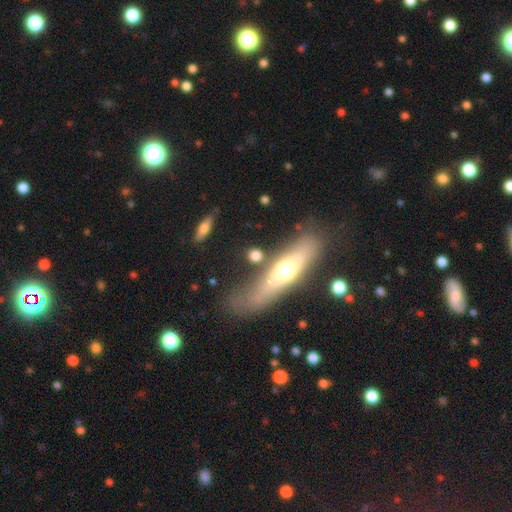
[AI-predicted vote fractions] Morphology: type=smooth (59%); roundness=round (35%); merging=none (70%).